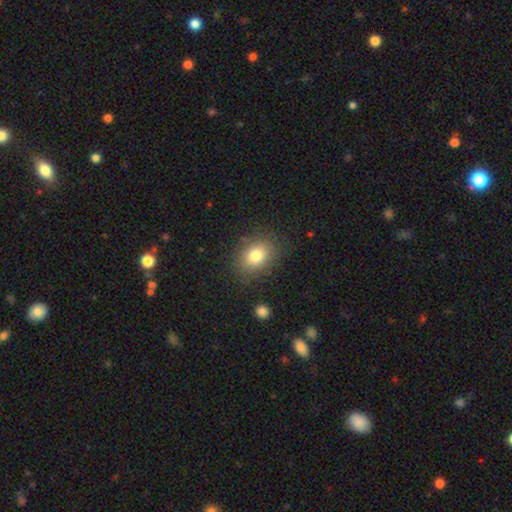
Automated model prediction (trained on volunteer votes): smooth_or_featured: smooth (p=0.80) [alt: featured or disk p=0.11]
how_rounded: in between (p=0.67) [alt: round p=0.32]
merging: none (p=0.81) [alt: minor disturbance p=0.12]